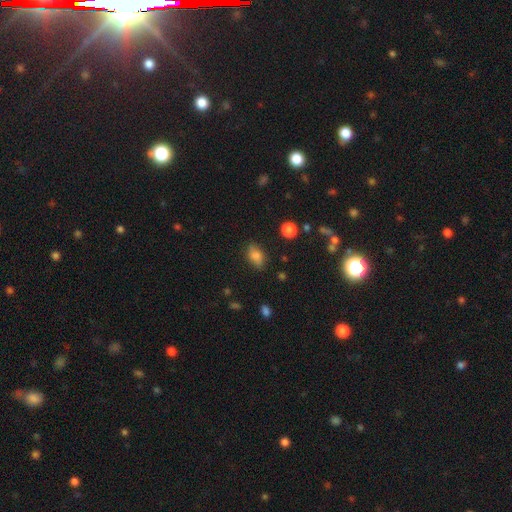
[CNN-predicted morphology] smooth-or-featured: smooth: 80% | star or artifact: 10% | featured or disk: 10%
  how-rounded: in between: 84% | round: 12% | cigar-shaped: 4%
  merging: none: 79% | minor disturbance: 15% | major disturbance: 4% | merger: 2%